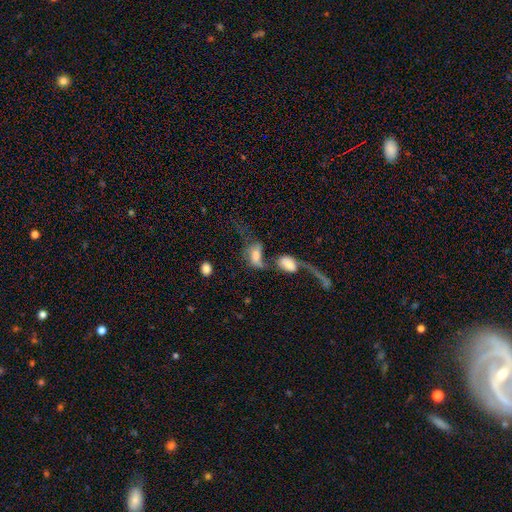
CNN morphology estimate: A smooth galaxy with no disk features (52%) that is in between round and cigar-shaped (86%). Merging: merger (54%).